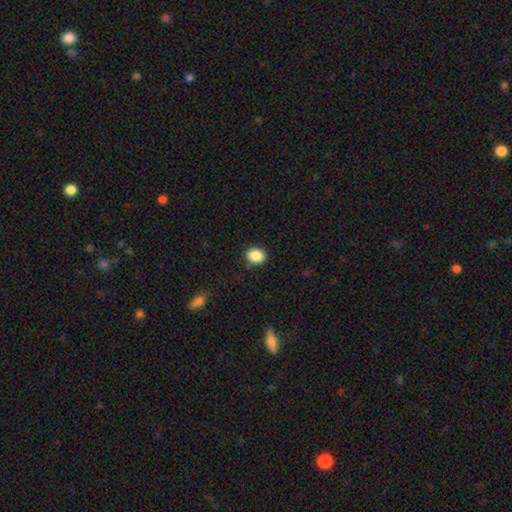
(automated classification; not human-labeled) Overall: smooth (88%). How rounded: in between (64%; round 35%). Merging: none (86%).